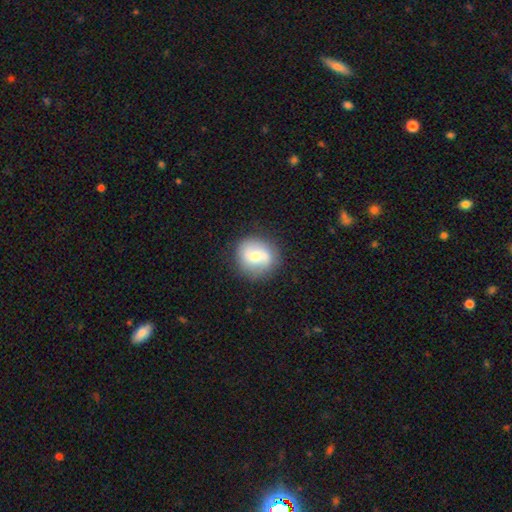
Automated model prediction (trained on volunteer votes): This appears to be a smooth galaxy with no disk features (52%) that is round (84%). Merging: none (80%).